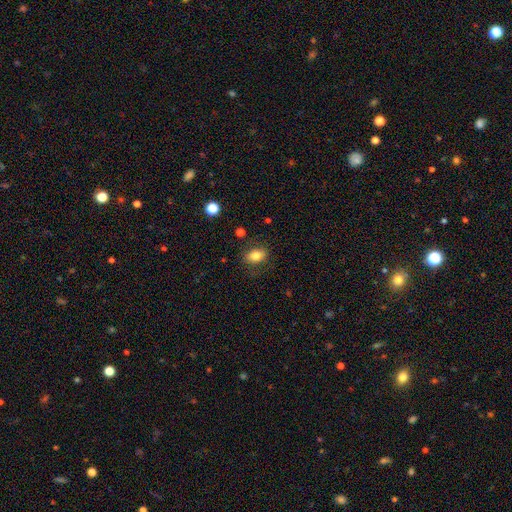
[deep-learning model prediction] A smooth galaxy with no disk features (81%) that is in between round and cigar-shaped (78%).

Vote fractions:
- Smooth or featured? smooth: 81% / star or artifact: 10% / featured or disk: 9%
- How rounded? in between: 78% / round: 21% / cigar-shaped: 2%
- Merging? none: 83% / minor disturbance: 12% / major disturbance: 4% / merger: 2%